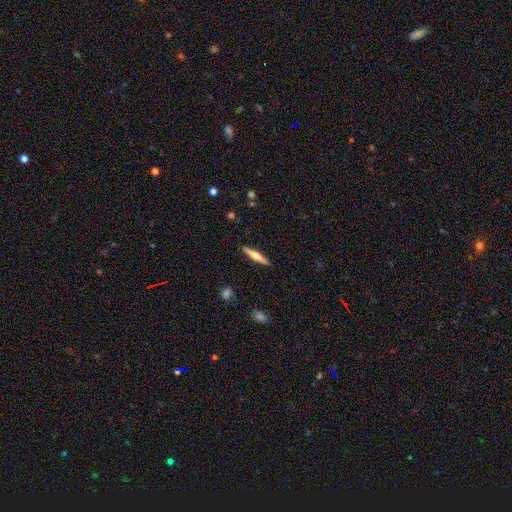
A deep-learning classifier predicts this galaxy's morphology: smooth_or_featured: featured or disk (p=0.54) [alt: smooth p=0.41]
disk_edge_on: yes (p=0.97) [alt: no p=0.03]
edge_on_bulge: rounded (p=0.83) [alt: none p=0.09]
merging: none (p=0.91) [alt: minor disturbance p=0.06]